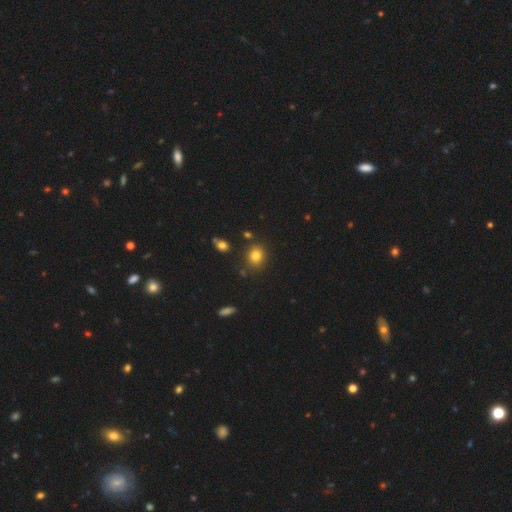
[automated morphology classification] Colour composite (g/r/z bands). It shows a smooth galaxy with no disk features (81%) that is round (72%). Merging: none (81%).